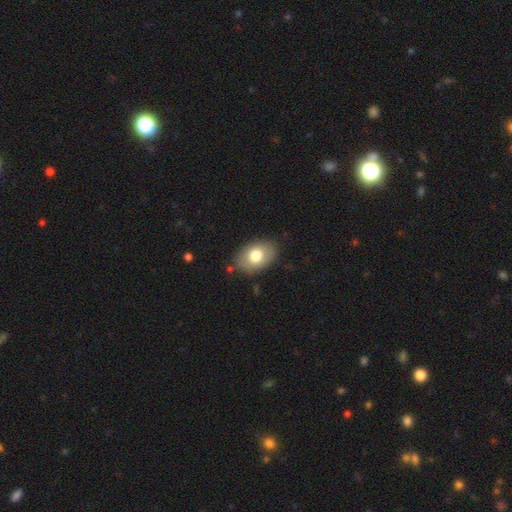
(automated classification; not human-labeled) smooth-or-featured: smooth: 74% | featured or disk: 19% | star or artifact: 7%
  how-rounded: in between: 85% | round: 14% | cigar-shaped: 1%
  merging: none: 81% | minor disturbance: 13% | major disturbance: 3% | merger: 2%